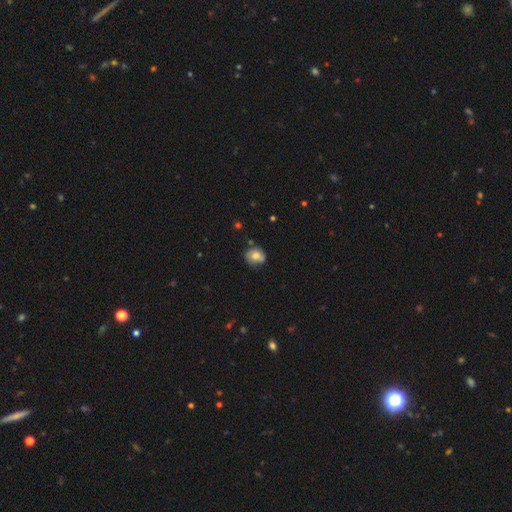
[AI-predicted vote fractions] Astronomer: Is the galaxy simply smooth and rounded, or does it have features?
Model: smooth — 71%.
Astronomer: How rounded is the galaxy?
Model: round — 65%.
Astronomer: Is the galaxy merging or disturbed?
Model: none — 67%.